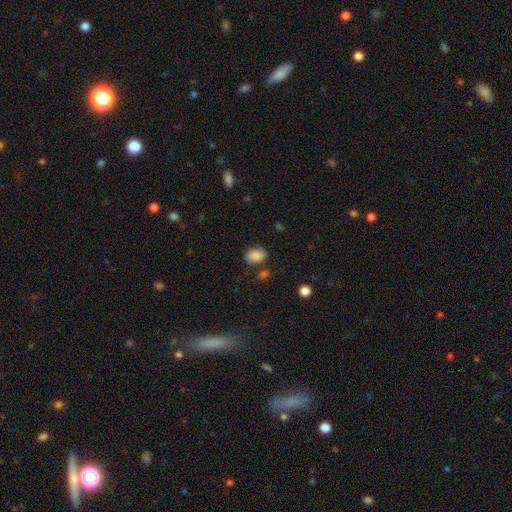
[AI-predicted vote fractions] Overall: smooth (85%). How rounded: in between (75%). Merging: none (70%).